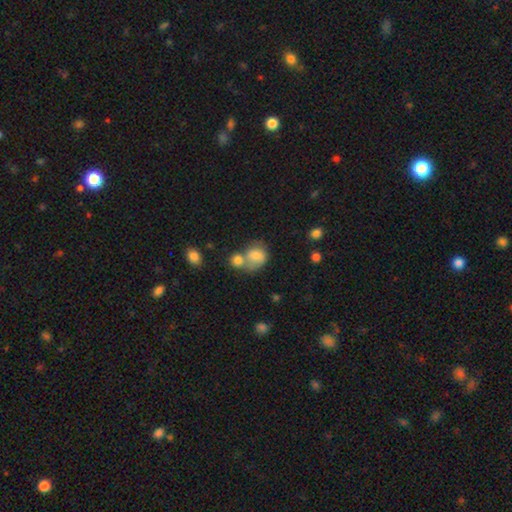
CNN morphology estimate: Q: Smooth or featured?
A: smooth (77%); runner-up: featured or disk (14%)
Q: How rounded?
A: round (59%); runner-up: in between (39%)
Q: Merging?
A: merger (47%); runner-up: none (33%)